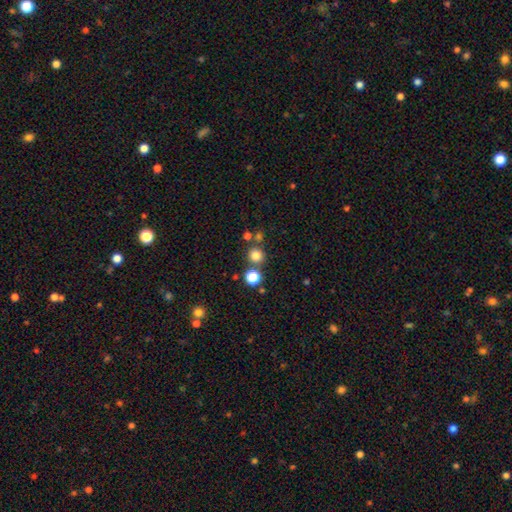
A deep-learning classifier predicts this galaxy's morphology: Q: Smooth or featured?
A: smooth (78%); runner-up: star or artifact (16%)
Q: How rounded?
A: round (93%); runner-up: in between (6%)
Q: Merging?
A: none (75%); runner-up: merger (15%)